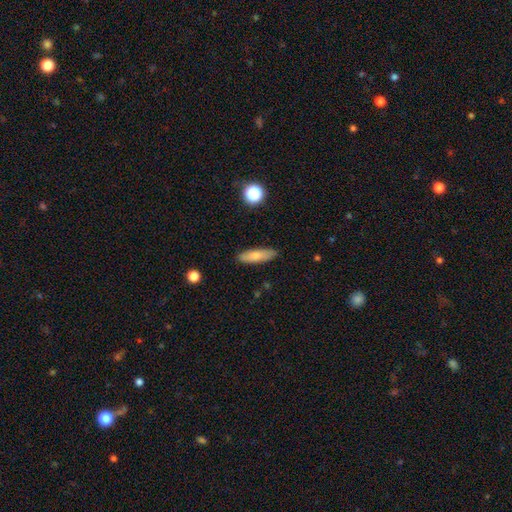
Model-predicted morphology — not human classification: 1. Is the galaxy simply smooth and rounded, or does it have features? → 77% smooth, 16% featured or disk, 7% star or artifact.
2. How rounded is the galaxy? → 57% cigar-shaped, 41% in between, 2% round.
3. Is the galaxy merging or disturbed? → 86% none, 11% minor disturbance, 2% major disturbance, 1% merger.